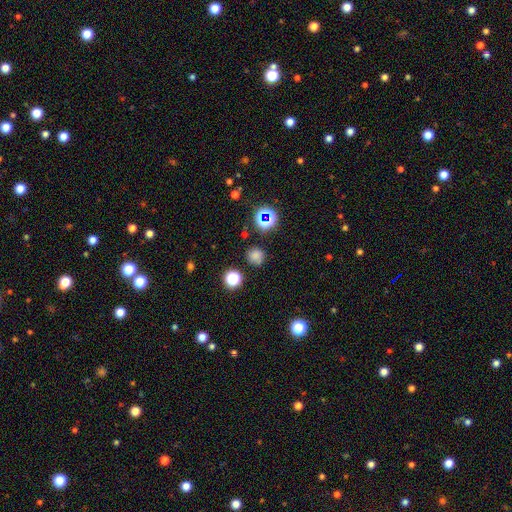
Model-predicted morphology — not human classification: This is likely a smooth galaxy (72%). How rounded: clearly round (91%). Merging: clearly none (84%).